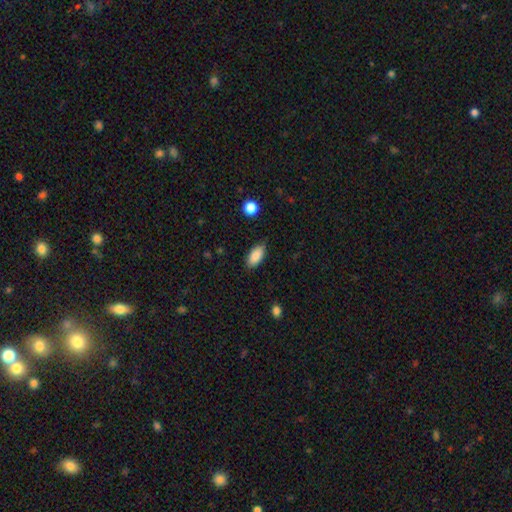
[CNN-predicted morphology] Smooth or featured?
  - smooth: 88% *
  - star or artifact: 7%
  - featured or disk: 5%
How rounded?
  - in between: 91% *
  - cigar-shaped: 6%
  - round: 3%
Merging?
  - none: 82% *
  - minor disturbance: 14%
  - major disturbance: 3%
  - merger: 1%